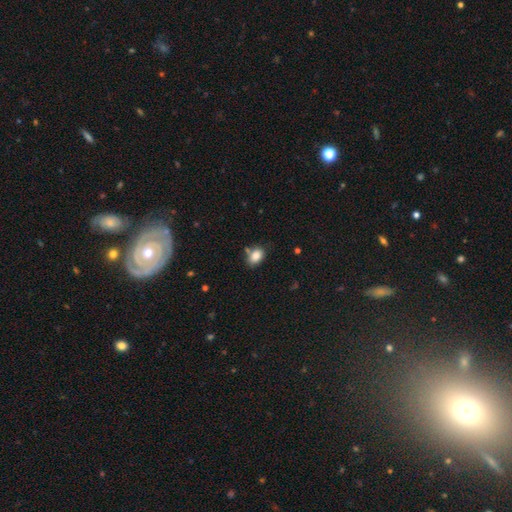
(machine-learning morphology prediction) A smooth galaxy with no disk features (85%) that is in between round and cigar-shaped (79%).

Vote fractions:
- Smooth or featured? smooth: 85% / star or artifact: 9% / featured or disk: 6%
- How rounded? in between: 79% / round: 20% / cigar-shaped: 1%
- Merging? none: 68% / minor disturbance: 17% / merger: 11% / major disturbance: 4%